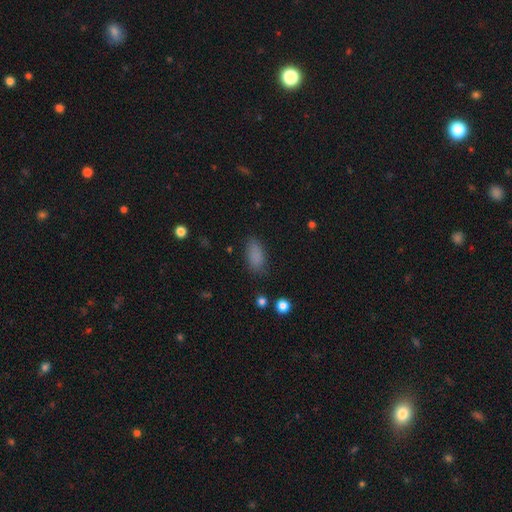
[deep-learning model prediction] A smooth galaxy with no disk features (85%) that is in between round and cigar-shaped (86%). Merging: none (79%).